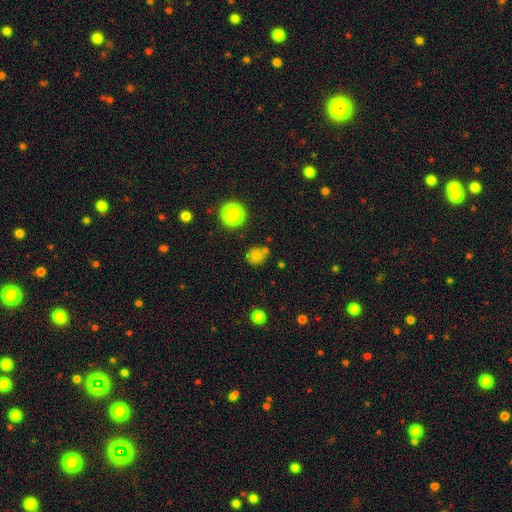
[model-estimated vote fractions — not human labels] Q: Smooth or featured?
A: smooth (73%); runner-up: star or artifact (21%)
Q: How rounded?
A: round (81%); runner-up: in between (18%)
Q: Merging?
A: none (70%); runner-up: minor disturbance (14%)